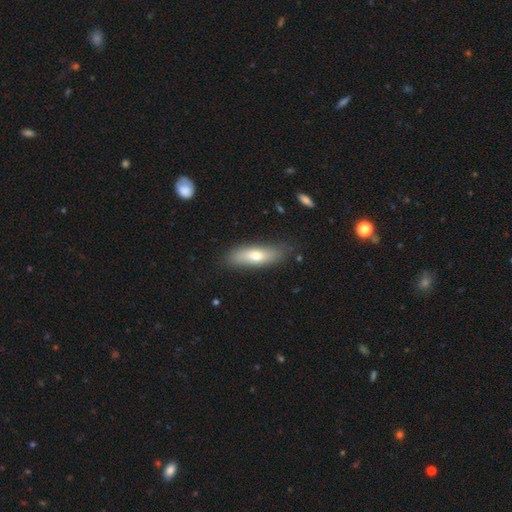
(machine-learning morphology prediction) A smooth galaxy with no disk features (64%) that is in between round and cigar-shaped (49%). Merging: none (81%).